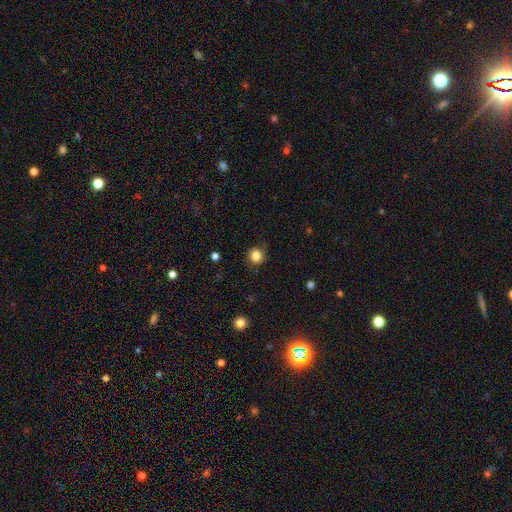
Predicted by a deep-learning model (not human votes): Overall: smooth (83%). How rounded: round (86%). Merging: none (81%).